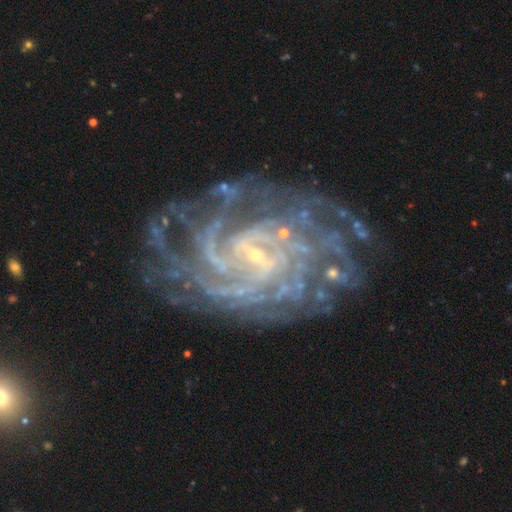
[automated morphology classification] smooth-or-featured: featured or disk: 90% | star or artifact: 6% | smooth: 4%
  disk-edge-on: no: 97% | yes: 3%
    bar: weak: 47% | no: 35% | strong: 18%
    has-spiral-arms: yes: 98% | no: 2%
      spiral-winding: tight: 69% | medium: 25% | loose: 5%
      spiral-arm-count: more than 4: 26% | can't tell: 23% | 4: 20% | 3: 12% | 2: 11% | 1: 8%
    bulge-size: small: 81% | moderate: 9% | none: 8% | large: 1% | dominant: 1%
  merging: none: 72% | minor disturbance: 16% | major disturbance: 9% | merger: 2%